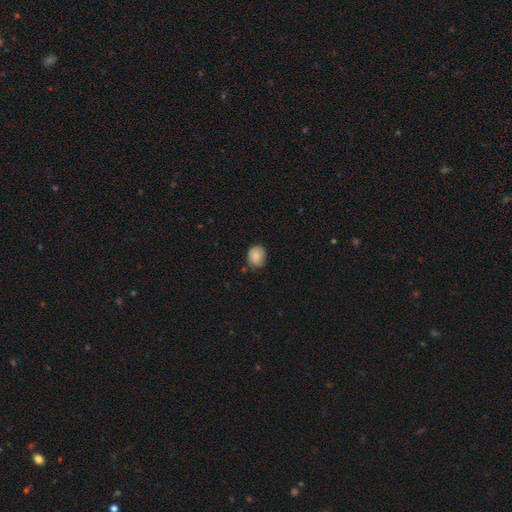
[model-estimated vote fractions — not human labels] smooth-or-featured: smooth: 82% | featured or disk: 10% | star or artifact: 8%
  how-rounded: round: 62% | in between: 37% | cigar-shaped: 1%
  merging: none: 68% | minor disturbance: 26% | major disturbance: 4% | merger: 2%